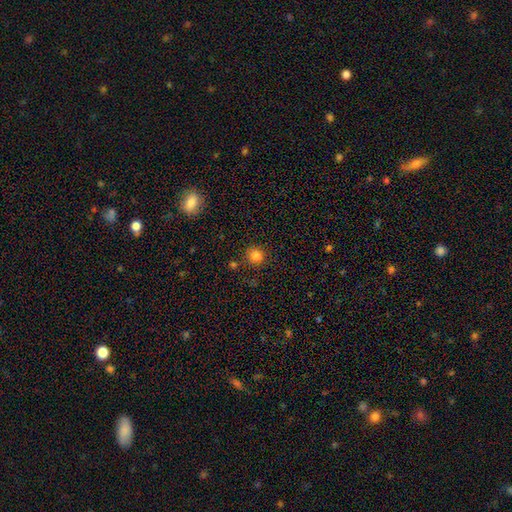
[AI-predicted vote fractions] This appears to be a smooth galaxy with no disk features (82%) that is round (89%). Merging: none (84%).